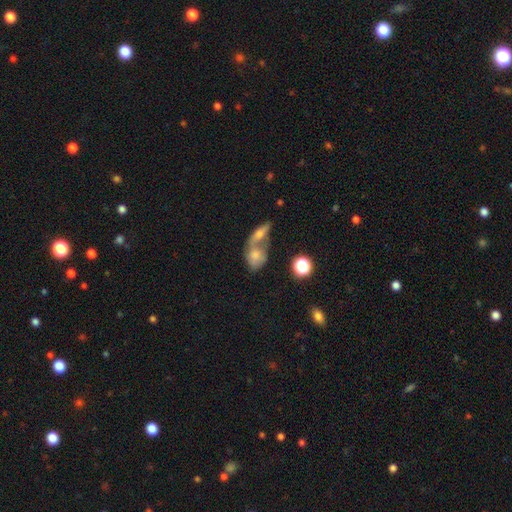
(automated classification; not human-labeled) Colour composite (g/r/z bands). It shows a smooth galaxy with no disk features (63%) that is in between round and cigar-shaped (69%). Merging: merger (65%).